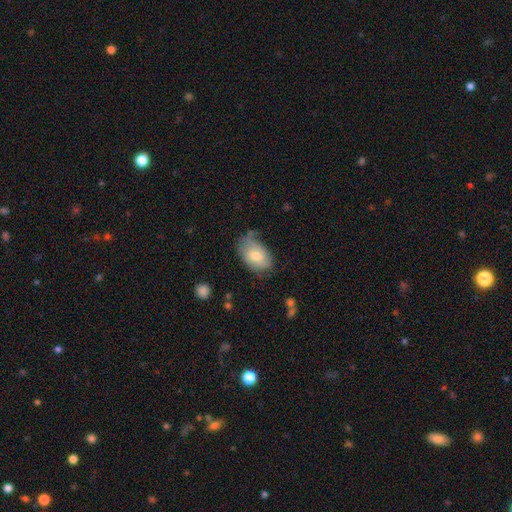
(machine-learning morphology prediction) type=smooth (68%); roundness=in between (88%); merging=none (52%).